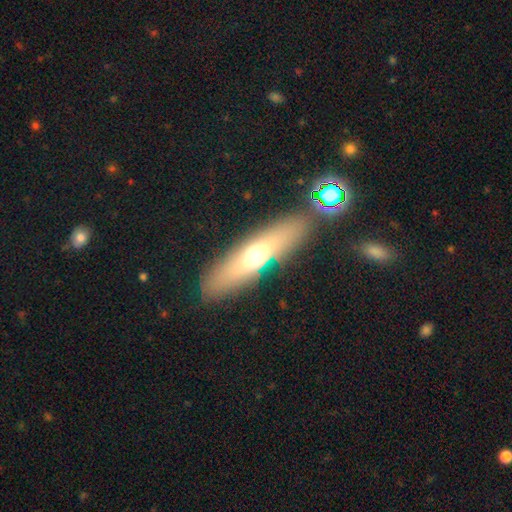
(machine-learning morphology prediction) Overall: smooth (56%; featured or disk 35%). How rounded: cigar-shaped (60%; in between 36%). Merging: none (82%).